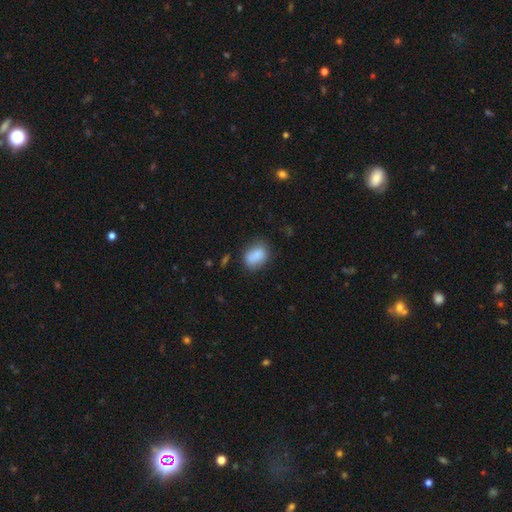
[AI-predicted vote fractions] This appears to be a smooth galaxy with no disk features (84%) that is in between round and cigar-shaped (70%). Merging: none (69%).